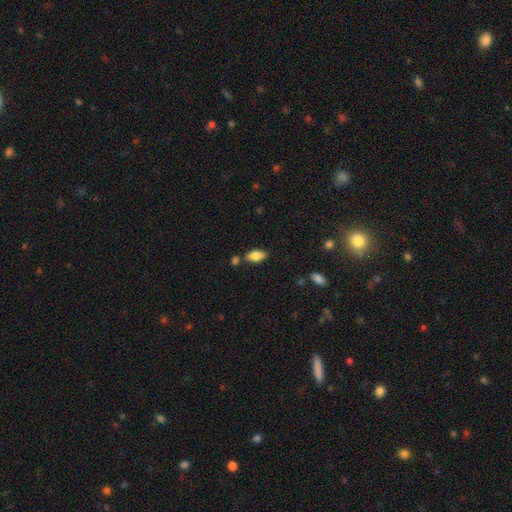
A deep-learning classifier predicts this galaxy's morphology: This is clearly a smooth galaxy (81%). How rounded: clearly in between (89%). Merging: likely none (73%).